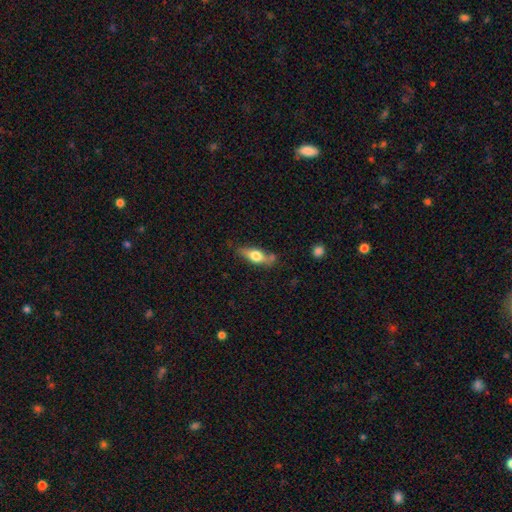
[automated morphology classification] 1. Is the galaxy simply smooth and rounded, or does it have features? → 49% smooth, 44% featured or disk, 7% star or artifact.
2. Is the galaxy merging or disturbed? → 65% none, 22% minor disturbance, 7% merger, 6% major disturbance.